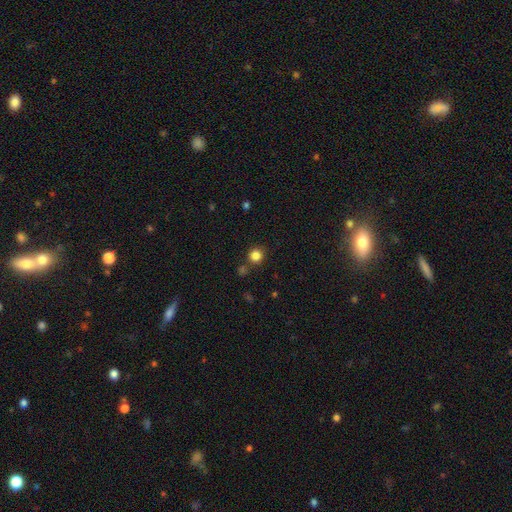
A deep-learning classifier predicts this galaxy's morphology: Q: Smooth or featured?
A: smooth (83%); runner-up: star or artifact (13%)
Q: How rounded?
A: round (91%); runner-up: in between (8%)
Q: Merging?
A: none (81%); runner-up: minor disturbance (9%)